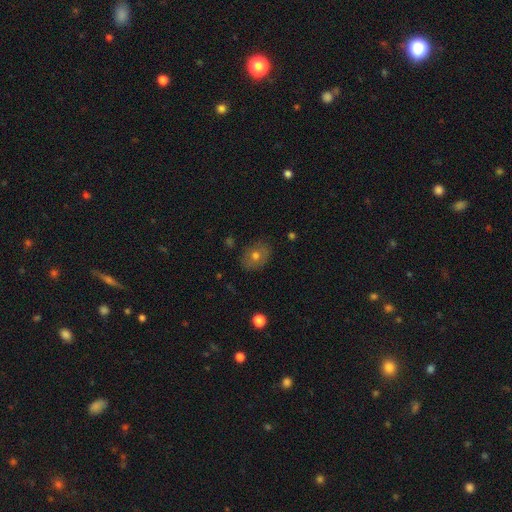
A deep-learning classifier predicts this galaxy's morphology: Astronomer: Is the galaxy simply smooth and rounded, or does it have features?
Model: smooth — 65%.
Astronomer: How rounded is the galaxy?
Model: in between — 63%.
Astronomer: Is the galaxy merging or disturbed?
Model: none — 82%.